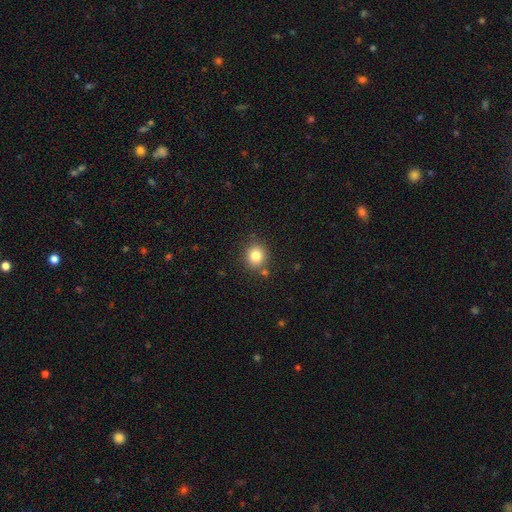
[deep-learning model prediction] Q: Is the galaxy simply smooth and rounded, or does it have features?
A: smooth — 82%.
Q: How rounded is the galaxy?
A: round — 85%.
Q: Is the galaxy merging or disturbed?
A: none — 82%.